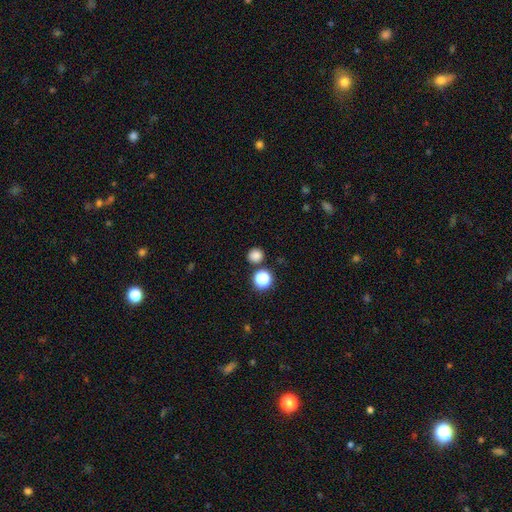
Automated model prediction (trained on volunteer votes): smooth_or_featured: smooth (p=0.80) [alt: star or artifact p=0.16]
how_rounded: round (p=0.91) [alt: in between p=0.08]
merging: none (p=0.85) [alt: merger p=0.06]